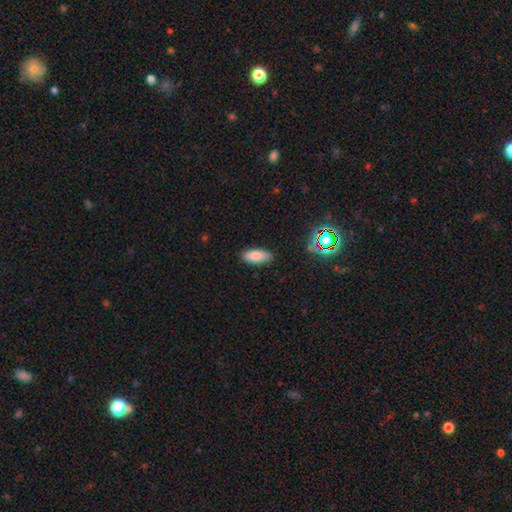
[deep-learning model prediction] Morphology: type=smooth (85%); roundness=in between (83%); merging=none (86%).